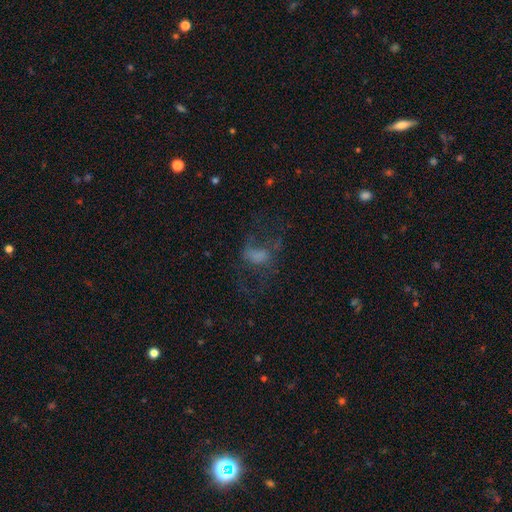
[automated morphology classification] type=featured or disk (41%); merging=major disturbance (47%).